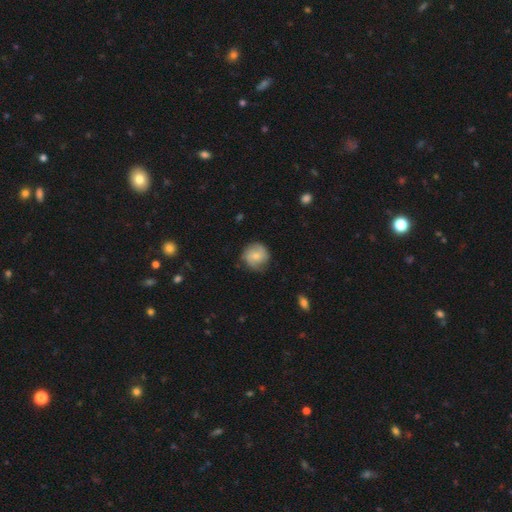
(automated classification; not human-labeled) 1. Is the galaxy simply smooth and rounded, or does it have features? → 48% smooth, 45% featured or disk, 7% star or artifact.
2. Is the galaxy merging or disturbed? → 75% none, 19% minor disturbance, 5% major disturbance, 1% merger.